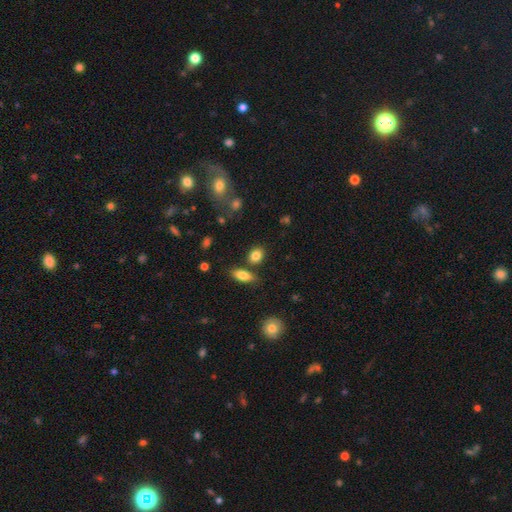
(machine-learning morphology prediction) This appears to be a smooth galaxy with no disk features (84%) that is in between round and cigar-shaped (61%). Merging: none (75%).